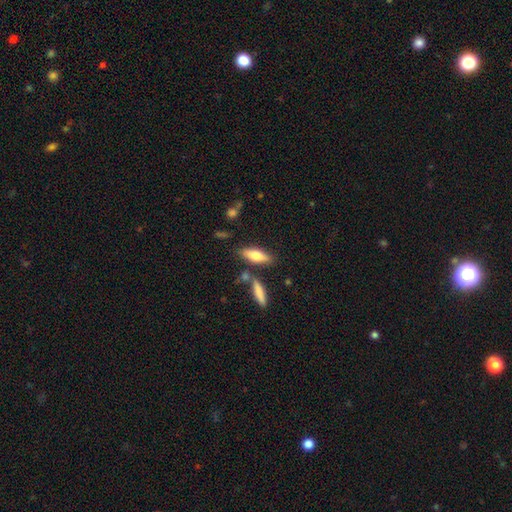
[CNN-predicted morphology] A smooth galaxy with no disk features (70%) that is in between round and cigar-shaped (56%). Merging: none (74%).